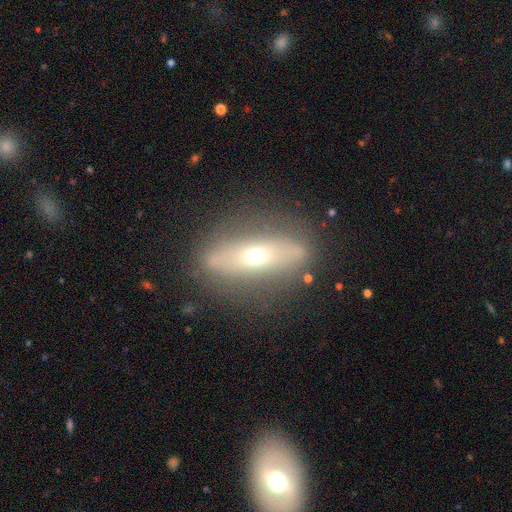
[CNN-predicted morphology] A featured or disk galaxy (57%). Merging: none (78%).